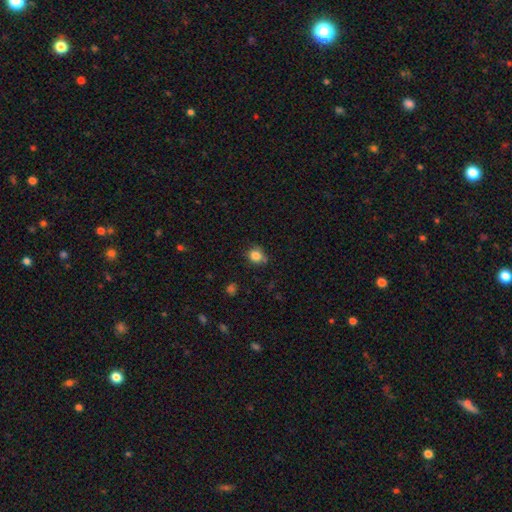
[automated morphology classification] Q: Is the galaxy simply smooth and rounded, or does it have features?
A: smooth — 83%.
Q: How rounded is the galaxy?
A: round — 76%.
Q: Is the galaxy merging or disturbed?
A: none — 69%.